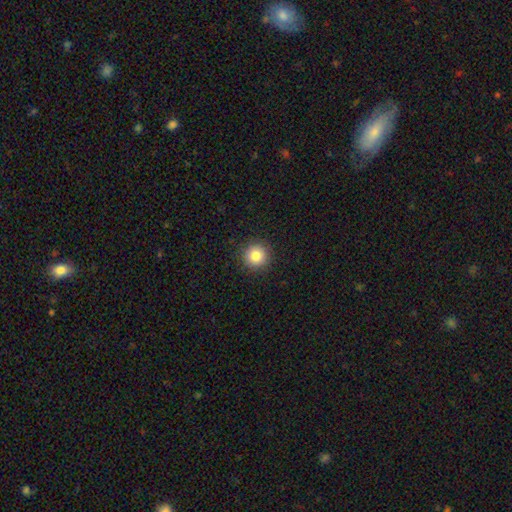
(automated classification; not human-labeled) Smooth or featured: smooth — 83% (star or artifact — 11%)
How rounded: round — 95% (in between — 4%)
Merging: none — 92% (minor disturbance — 5%)